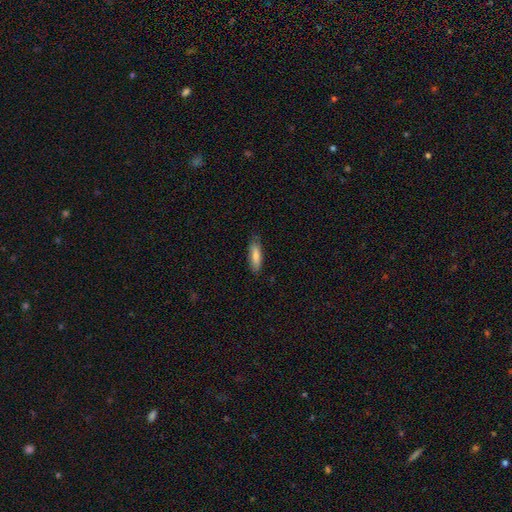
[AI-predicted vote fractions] Smooth or featured: smooth — 80% (featured or disk — 14%)
How rounded: in between — 52% (cigar-shaped — 46%)
Merging: none — 79% (minor disturbance — 16%)